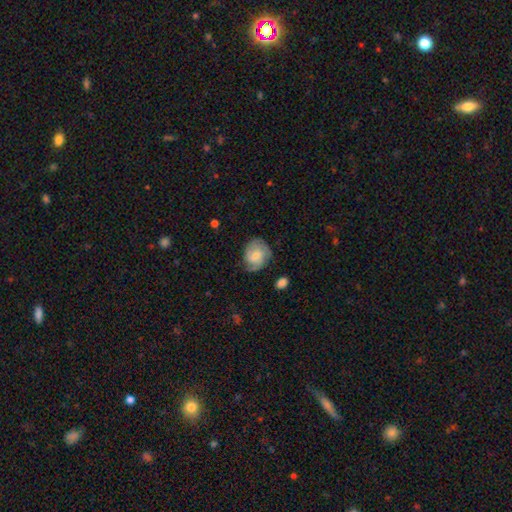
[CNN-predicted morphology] Overall: featured or disk (47%; smooth 45%). Merging: none (66%).